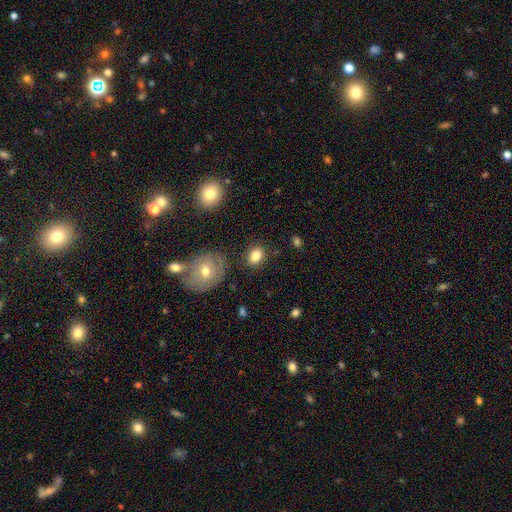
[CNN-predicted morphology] Q: Smooth or featured?
A: smooth (82%); runner-up: star or artifact (10%)
Q: How rounded?
A: in between (66%); runner-up: round (33%)
Q: Merging?
A: none (84%); runner-up: minor disturbance (10%)